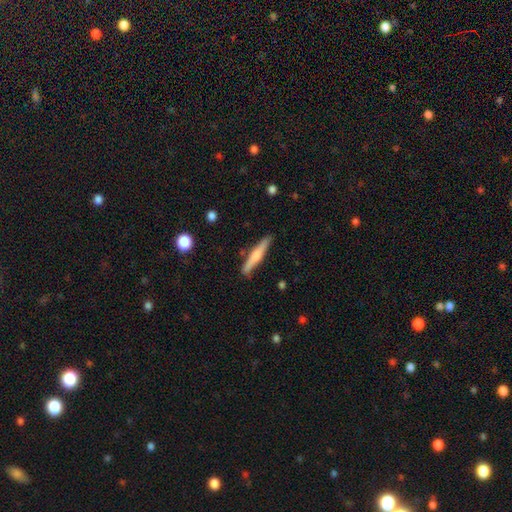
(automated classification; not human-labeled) Q: Smooth or featured?
A: smooth (49%); runner-up: featured or disk (45%)
Q: Merging?
A: none (87%); runner-up: minor disturbance (9%)